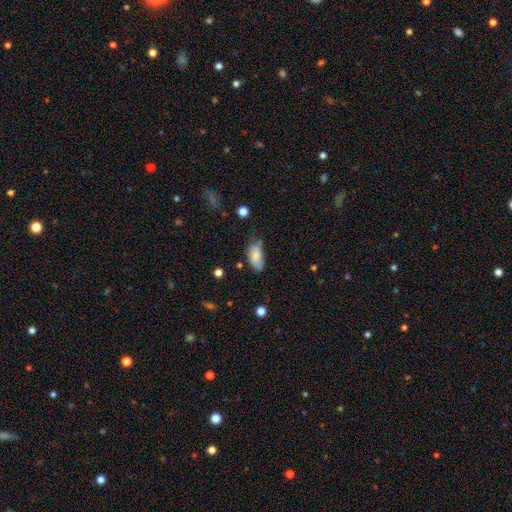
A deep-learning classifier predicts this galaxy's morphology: Overall: smooth (79%). How rounded: in between (92%). Merging: none (48%; minor disturbance 37%).